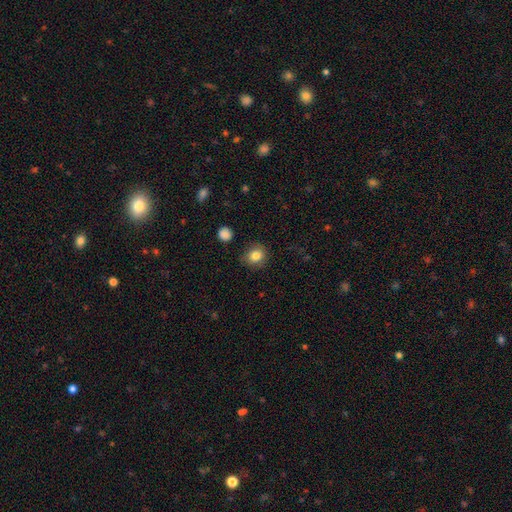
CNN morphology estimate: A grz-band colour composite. It shows a smooth galaxy with no disk features (84%) that is round (80%). Merging: none (83%).